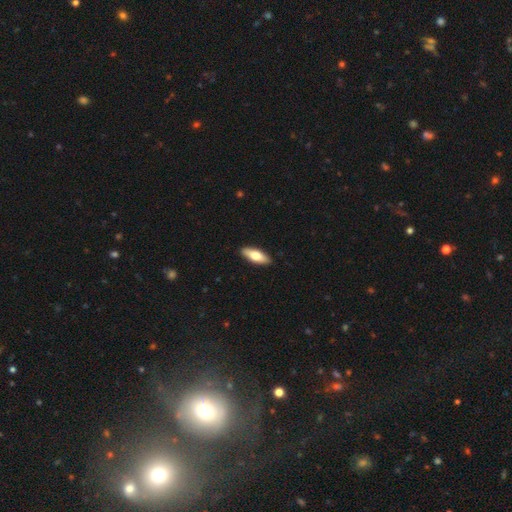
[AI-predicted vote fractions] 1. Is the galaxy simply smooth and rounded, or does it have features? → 68% smooth, 27% featured or disk, 5% star or artifact.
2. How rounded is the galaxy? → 66% in between, 32% cigar-shaped, 2% round.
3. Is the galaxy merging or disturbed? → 91% none, 7% minor disturbance, 1% major disturbance, 1% merger.